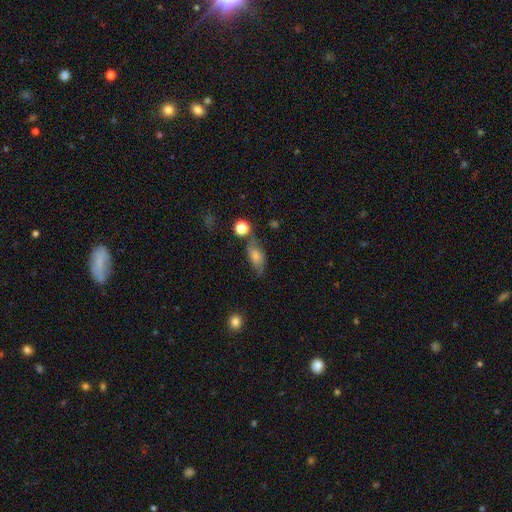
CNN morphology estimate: Smooth or featured: smooth — 64% (featured or disk — 26%)
How rounded: in between — 82% (round — 11%)
Merging: none — 50% (minor disturbance — 29%)